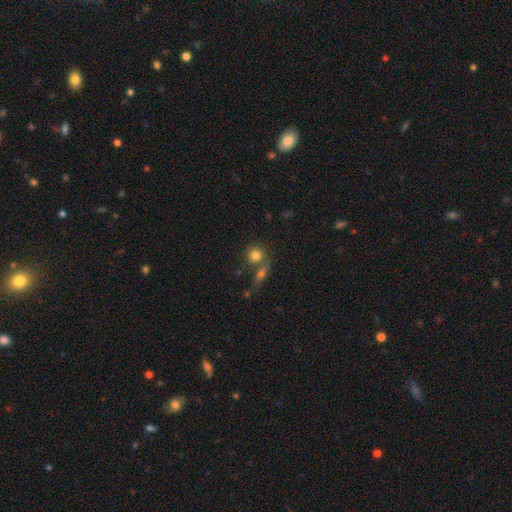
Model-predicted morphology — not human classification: type=smooth (77%); roundness=round (81%); merging=none (49%).